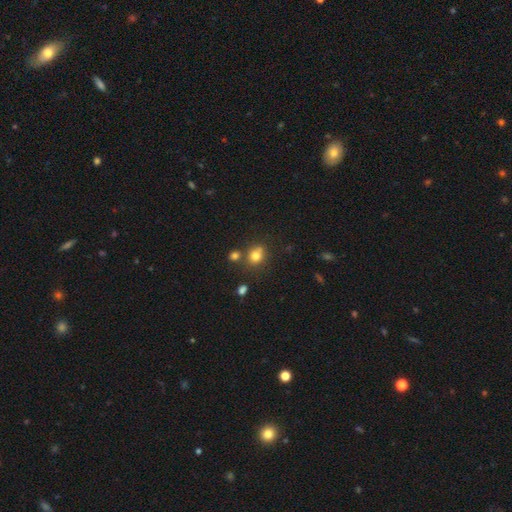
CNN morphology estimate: This appears to be a smooth galaxy with no disk features (78%) that is round (68%). Merging: none (63%).